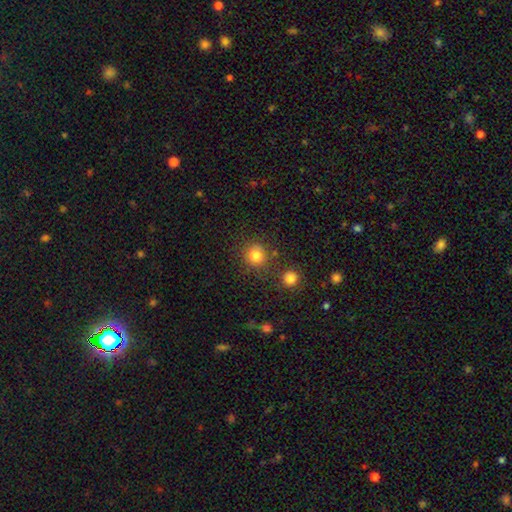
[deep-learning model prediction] smooth 81%, star or artifact 13%, featured or disk 6%. Down the decision tree: how rounded — round (89%); merging — none (77%).